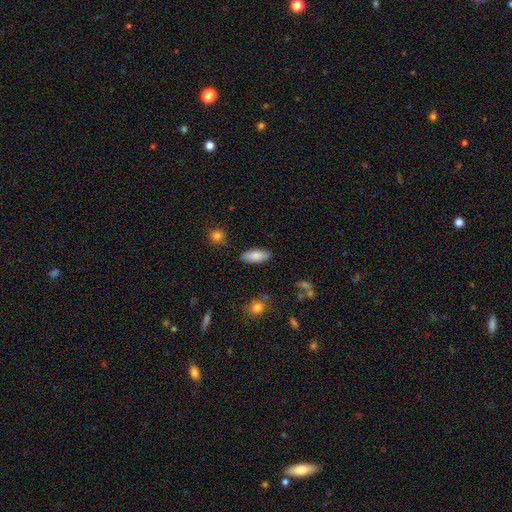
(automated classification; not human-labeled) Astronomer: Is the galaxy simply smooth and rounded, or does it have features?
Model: smooth — 83%.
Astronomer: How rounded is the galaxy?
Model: in between — 84%.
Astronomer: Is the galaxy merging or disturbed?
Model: none — 86%.